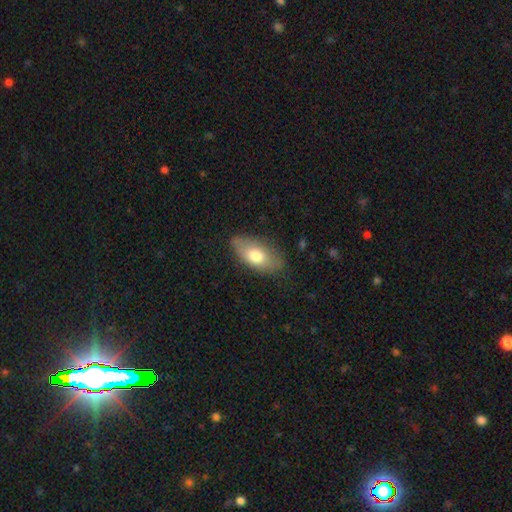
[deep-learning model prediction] A smooth galaxy with no disk features (70%) that is in between round and cigar-shaped (90%).

Vote fractions:
- Smooth or featured? smooth: 70% / featured or disk: 23% / star or artifact: 6%
- How rounded? in between: 90% / cigar-shaped: 7% / round: 3%
- Merging? none: 75% / minor disturbance: 20% / major disturbance: 4% / merger: 1%